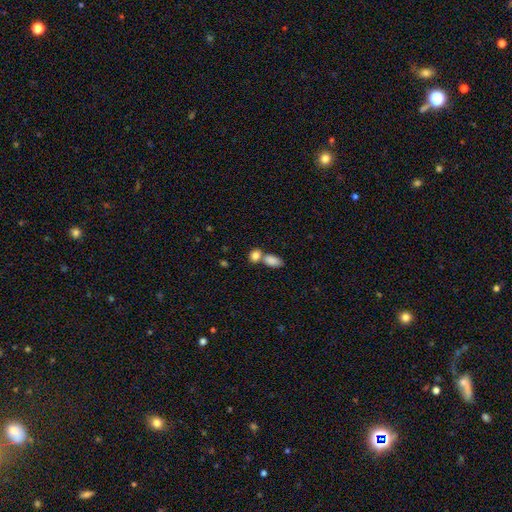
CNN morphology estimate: Smooth or featured: smooth — 85% (star or artifact — 8%)
How rounded: in between — 75% (round — 22%)
Merging: merger — 54% (none — 35%)